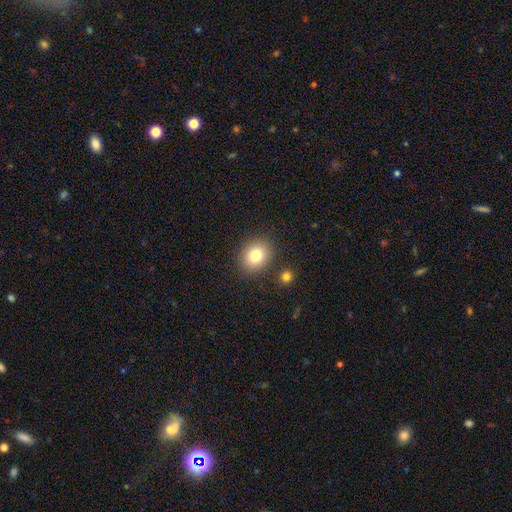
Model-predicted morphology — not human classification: Q: Smooth or featured?
A: smooth (80%); runner-up: star or artifact (11%)
Q: How rounded?
A: round (63%); runner-up: in between (36%)
Q: Merging?
A: none (85%); runner-up: minor disturbance (8%)